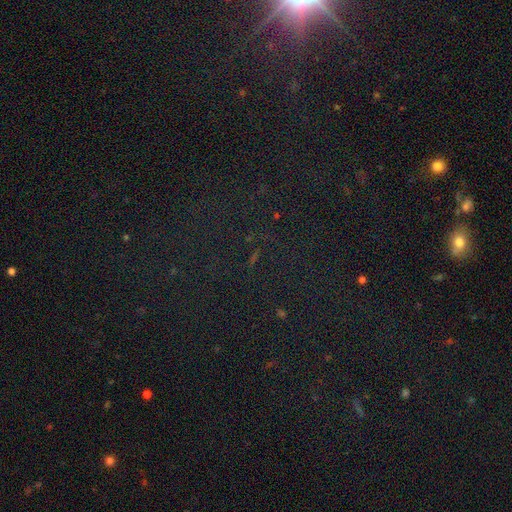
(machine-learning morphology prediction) The model was most divided on "smooth or featured": star or artifact: 79%, smooth: 13%, featured or disk: 8%.